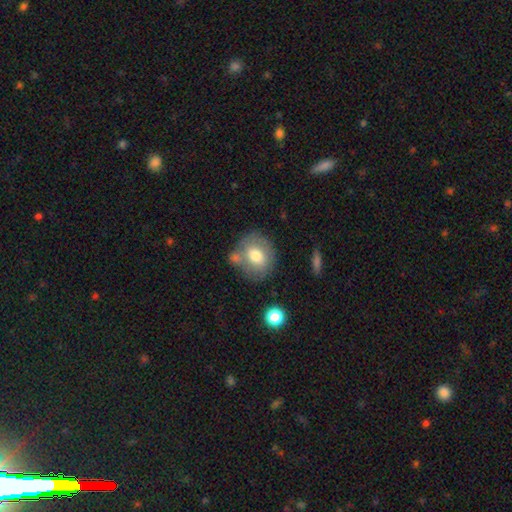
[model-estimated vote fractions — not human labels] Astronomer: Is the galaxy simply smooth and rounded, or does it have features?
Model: smooth — 70%.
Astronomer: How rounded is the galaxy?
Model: round — 65%.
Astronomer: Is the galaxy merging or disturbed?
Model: none — 58%.